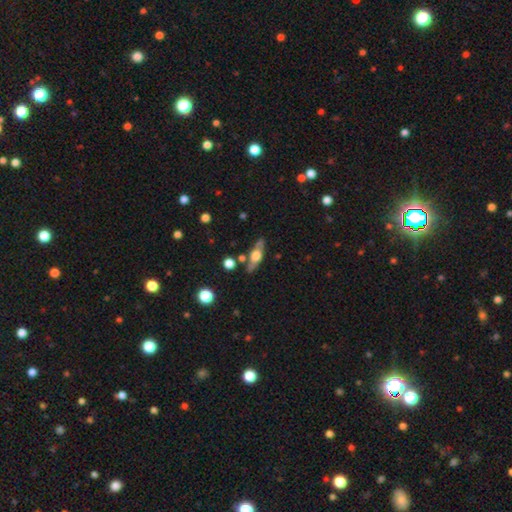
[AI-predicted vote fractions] A featured or disk galaxy (56%) viewed edge-on (87%).

Vote fractions:
- Smooth or featured? featured or disk: 56% / smooth: 37% / star or artifact: 7%
- Edge-on disk? yes: 87% / no: 13%
- Merging? none: 80% / minor disturbance: 12% / merger: 5% / major disturbance: 3%